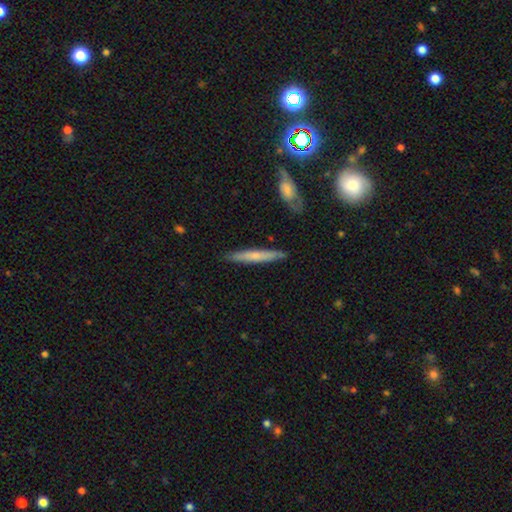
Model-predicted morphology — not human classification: A smooth galaxy with no disk features (58%) that is cigar-shaped (94%).

Vote fractions:
- Smooth or featured? smooth: 58% / featured or disk: 37% / star or artifact: 5%
- How rounded? cigar-shaped: 94% / in between: 5% / round: 1%
- Merging? none: 88% / minor disturbance: 9% / merger: 2% / major disturbance: 2%